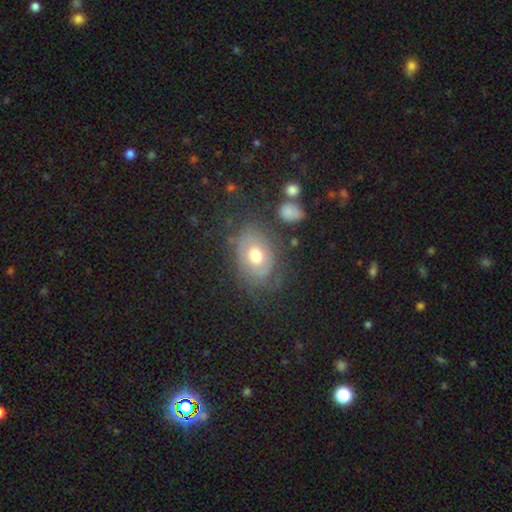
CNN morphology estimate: The model was most divided on "smooth or featured": featured or disk: 53%, smooth: 38%, star or artifact: 9%. More confident: edge-on disk — no (94%); merging — none (63%).